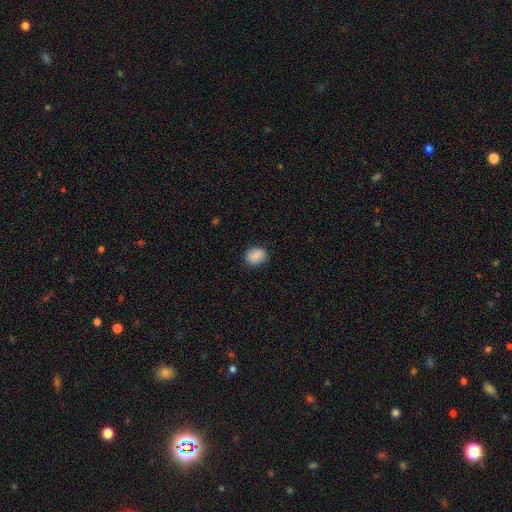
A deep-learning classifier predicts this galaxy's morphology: type=smooth (85%); roundness=round (64%); merging=none (83%).